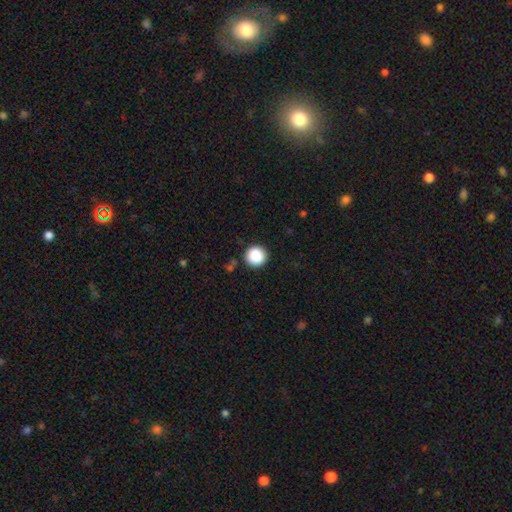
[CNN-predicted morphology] smooth_or_featured: smooth (p=0.88) [alt: star or artifact p=0.09]
how_rounded: round (p=0.96) [alt: in between p=0.03]
merging: none (p=0.90) [alt: minor disturbance p=0.06]